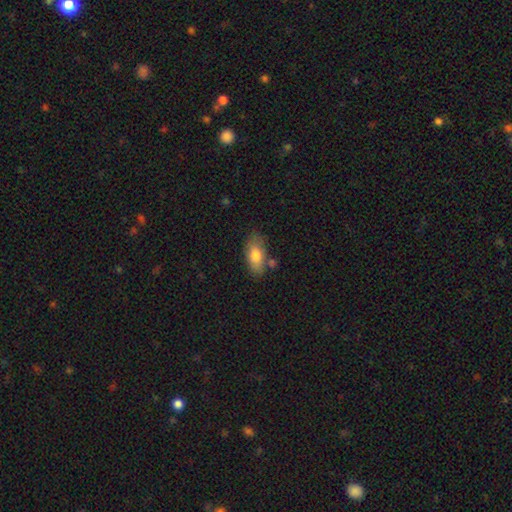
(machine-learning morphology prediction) Smooth or featured?
  - smooth: 78% *
  - featured or disk: 15%
  - star or artifact: 7%
How rounded?
  - in between: 89% *
  - cigar-shaped: 6%
  - round: 5%
Merging?
  - none: 67% *
  - minor disturbance: 19%
  - merger: 9%
  - major disturbance: 5%